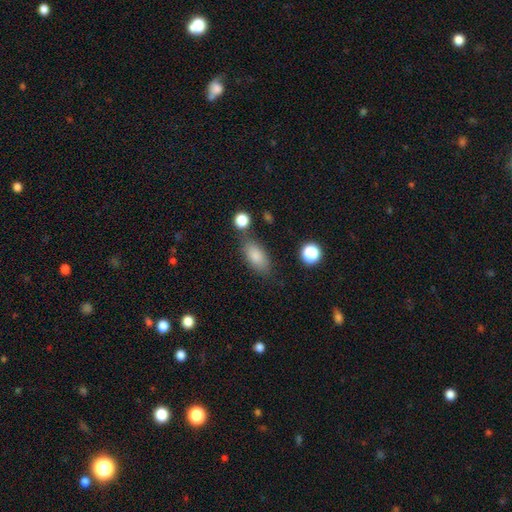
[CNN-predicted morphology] A smooth galaxy with no disk features (82%) that is in between round and cigar-shaped (86%).

Vote fractions:
- Smooth or featured? smooth: 82% / featured or disk: 10% / star or artifact: 8%
- How rounded? in between: 86% / cigar-shaped: 8% / round: 5%
- Merging? none: 70% / minor disturbance: 17% / merger: 8% / major disturbance: 5%